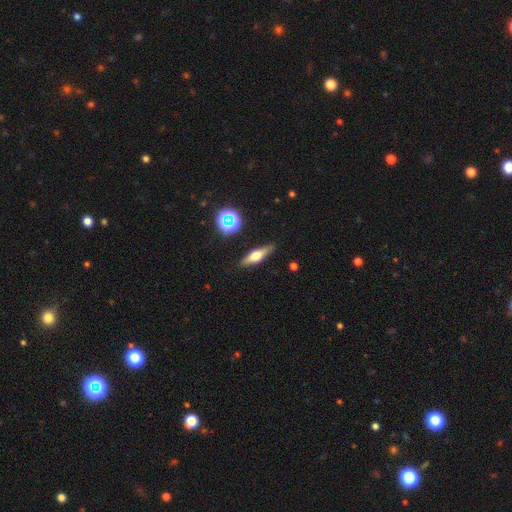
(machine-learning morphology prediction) Overall: featured or disk (49%; smooth 41%). Merging: none (86%).